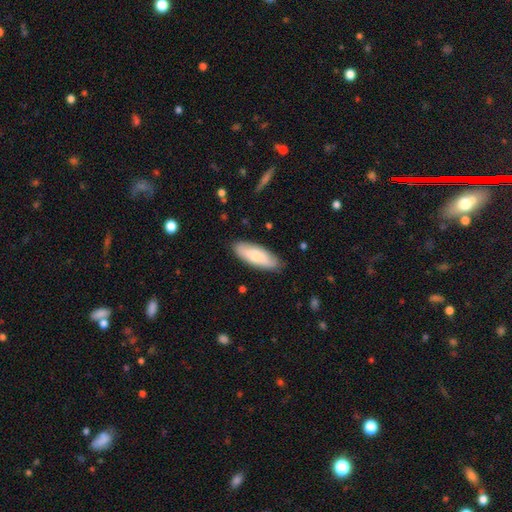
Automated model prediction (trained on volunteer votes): Overall: smooth (75%). How rounded: in between (69%; cigar-shaped 29%). Merging: none (84%).